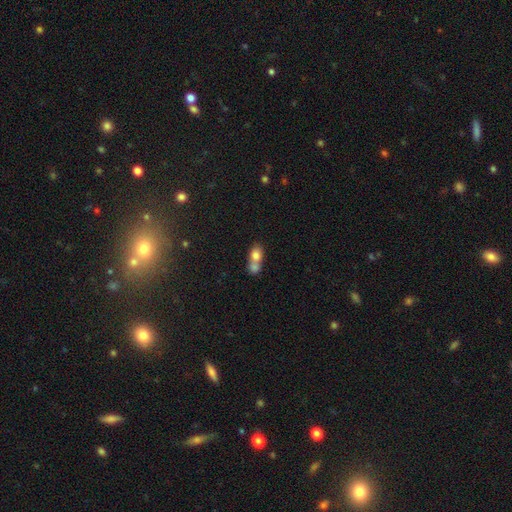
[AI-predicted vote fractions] Morphology: type=smooth (75%); roundness=in between (56%); merging=merger (70%).